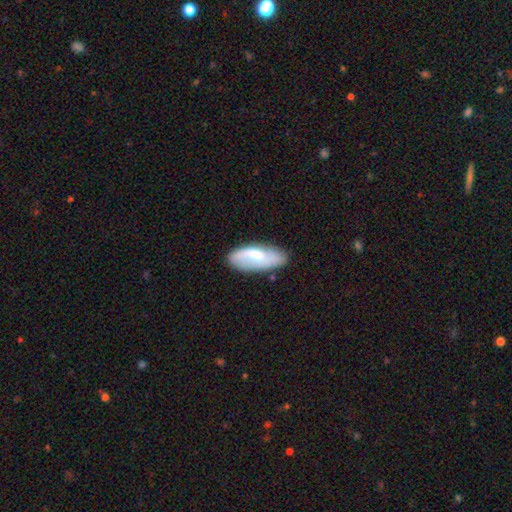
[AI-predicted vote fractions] The model was most divided on "smooth or featured": smooth: 62%, featured or disk: 31%, star or artifact: 6%. More confident: how rounded — in between (81%); merging — none (66%).